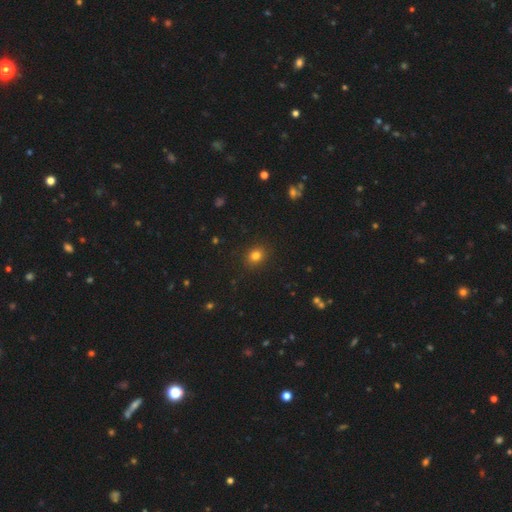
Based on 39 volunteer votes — Morphology: type=smooth (90%); roundness=round (69%); merging=none (97%).